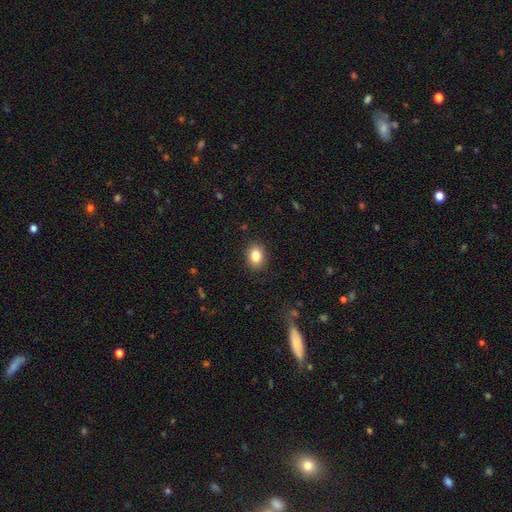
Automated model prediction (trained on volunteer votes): This appears to be a smooth galaxy with no disk features (85%) that is in between round and cigar-shaped (64%). Merging: none (88%).